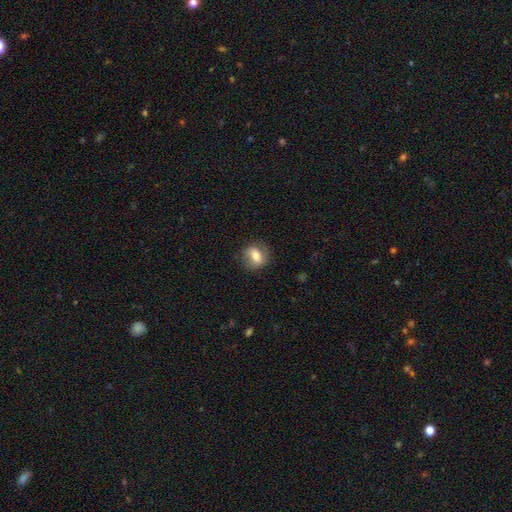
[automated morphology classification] The model was most divided on "how rounded": round: 49%, in between: 48%, cigar-shaped: 3%. More confident: merging — none (77%); smooth or featured — smooth (67%).